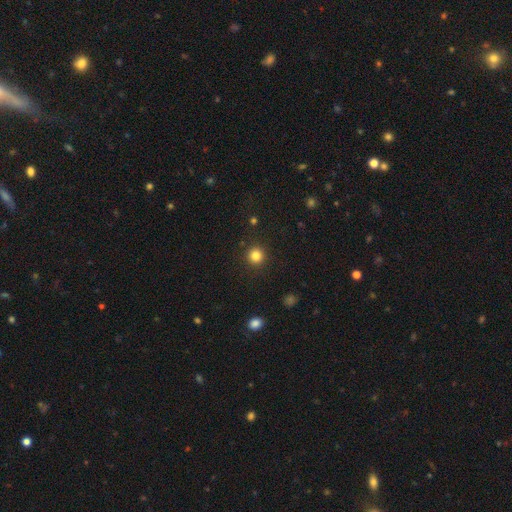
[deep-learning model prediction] Morphology: type=smooth (83%); roundness=round (95%); merging=none (92%).